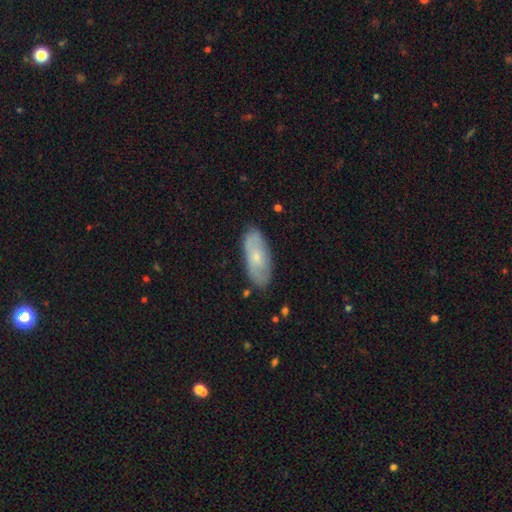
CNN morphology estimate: Smooth or featured? smooth (55%)
How rounded? in between (82%)
Merging? none (82%)